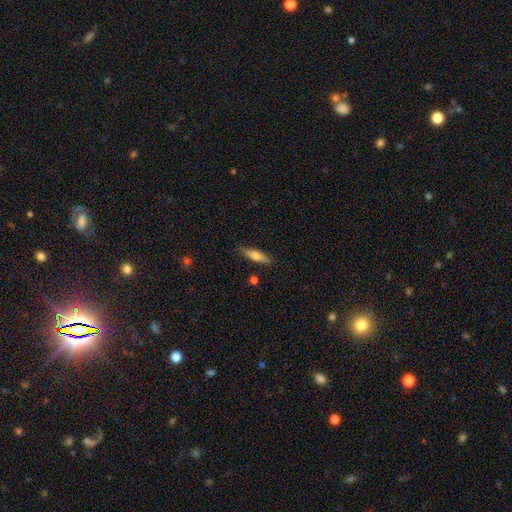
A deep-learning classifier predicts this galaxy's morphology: This appears to be a smooth galaxy with no disk features (62%) that is cigar-shaped (73%). Merging: none (84%).